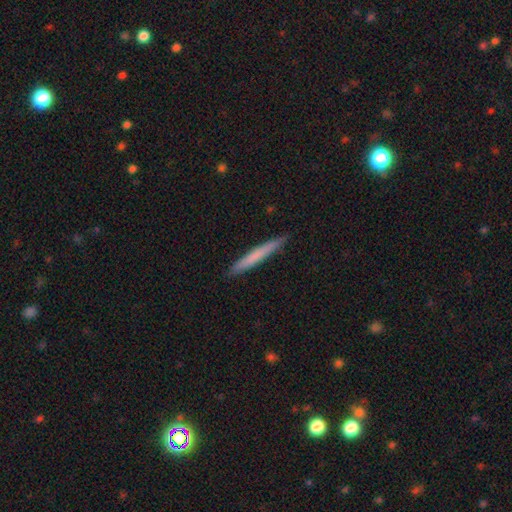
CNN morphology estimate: A smooth galaxy with no disk features (68%) that is cigar-shaped (97%).

Vote fractions:
- Smooth or featured? smooth: 68% / featured or disk: 27% / star or artifact: 5%
- How rounded? cigar-shaped: 97% / in between: 2% / round: 1%
- Merging? none: 91% / minor disturbance: 6% / major disturbance: 1% / merger: 1%